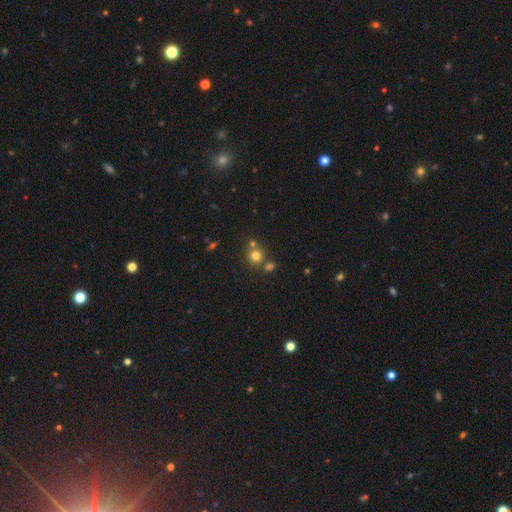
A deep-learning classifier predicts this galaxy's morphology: A smooth galaxy with no disk features (75%) that is round (88%). Merging: none (64%).